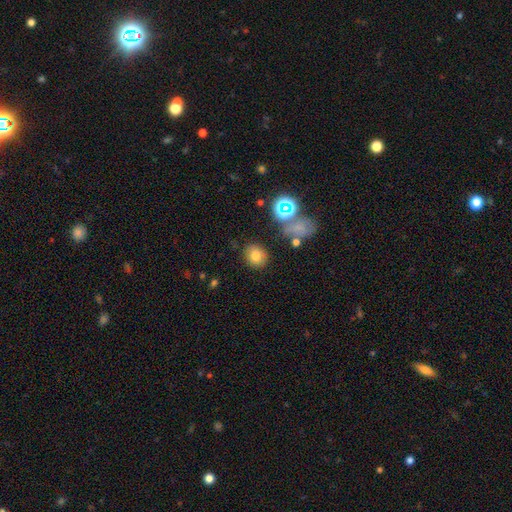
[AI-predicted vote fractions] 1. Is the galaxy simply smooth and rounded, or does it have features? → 76% smooth, 15% star or artifact, 9% featured or disk.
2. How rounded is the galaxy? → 75% round, 24% in between, 1% cigar-shaped.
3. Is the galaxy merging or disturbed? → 82% none, 10% minor disturbance, 4% merger, 4% major disturbance.